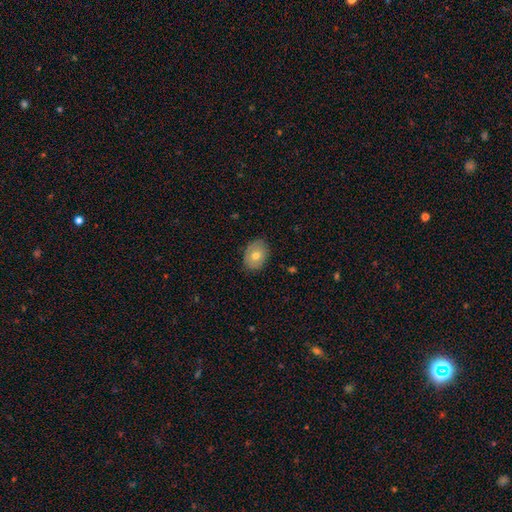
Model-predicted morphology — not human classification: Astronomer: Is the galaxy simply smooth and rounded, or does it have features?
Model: smooth — 67%.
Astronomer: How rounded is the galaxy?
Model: in between — 63%.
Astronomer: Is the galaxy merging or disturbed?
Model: none — 83%.